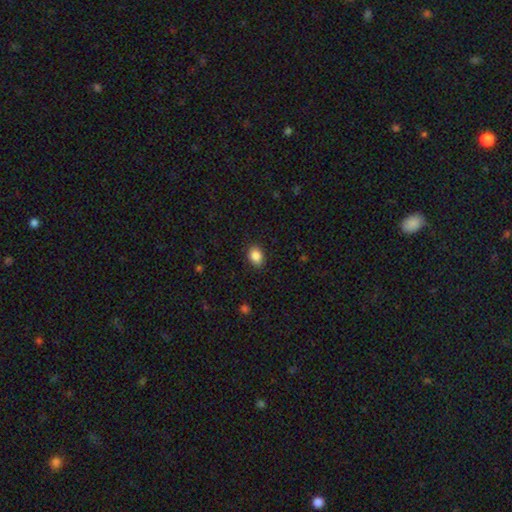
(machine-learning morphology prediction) smooth_or_featured: smooth (p=0.87) [alt: star or artifact p=0.09]
how_rounded: in between (p=0.69) [alt: round p=0.30]
merging: none (p=0.88) [alt: minor disturbance p=0.09]